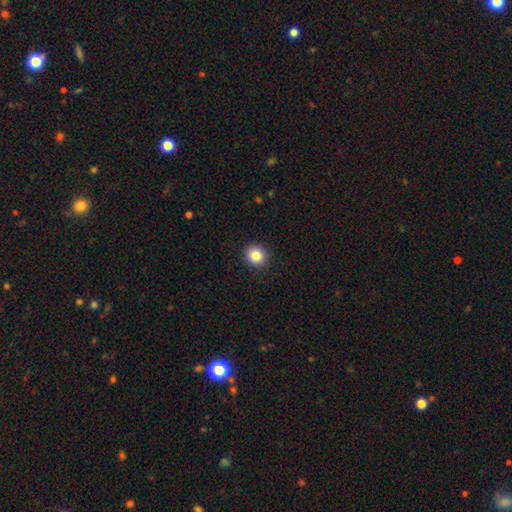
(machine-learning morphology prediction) Q: Smooth or featured?
A: smooth (85%); runner-up: star or artifact (10%)
Q: How rounded?
A: round (89%); runner-up: in between (10%)
Q: Merging?
A: none (92%); runner-up: minor disturbance (5%)